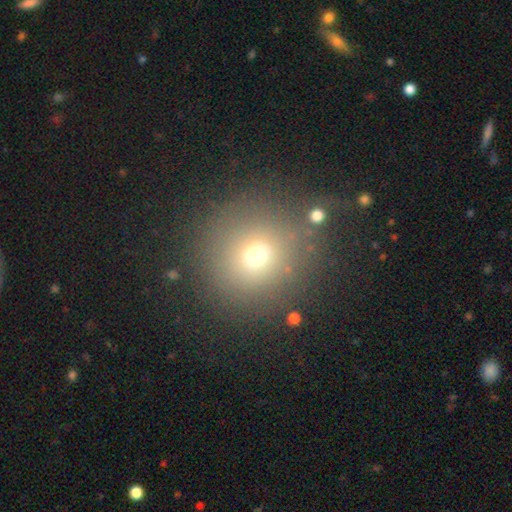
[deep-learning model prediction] Smooth or featured: smooth — 68% (star or artifact — 22%)
How rounded: round — 93% (in between — 6%)
Merging: none — 82% (minor disturbance — 10%)